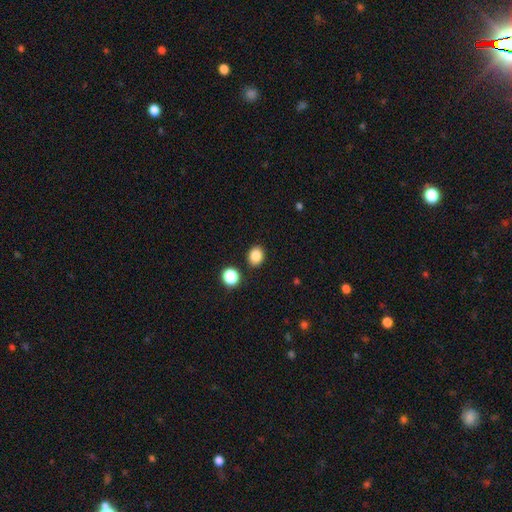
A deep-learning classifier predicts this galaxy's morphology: type=smooth (85%); roundness=in between (50%); merging=none (86%).